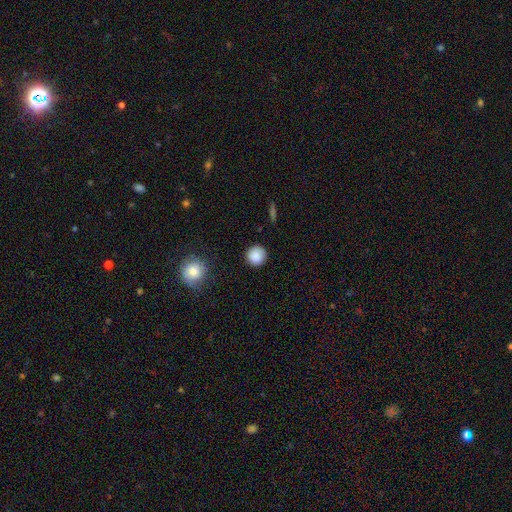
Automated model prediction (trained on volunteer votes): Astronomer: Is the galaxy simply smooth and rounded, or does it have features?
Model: smooth — 87%.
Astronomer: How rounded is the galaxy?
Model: round — 94%.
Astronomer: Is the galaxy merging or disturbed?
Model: none — 89%.